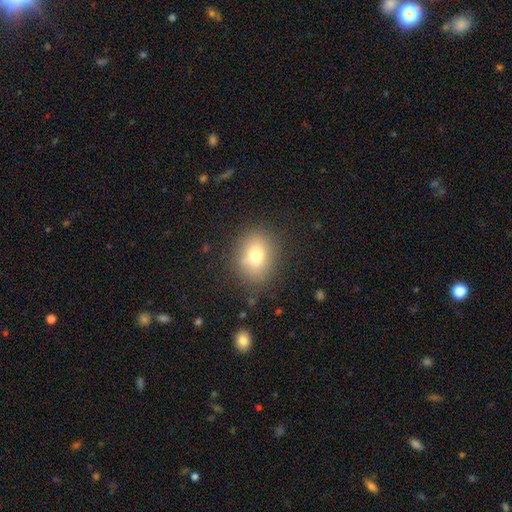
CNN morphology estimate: Smooth or featured? Predicted: smooth (p=0.72). How rounded? Predicted: round (p=0.63). Merging? Predicted: none (p=0.83).